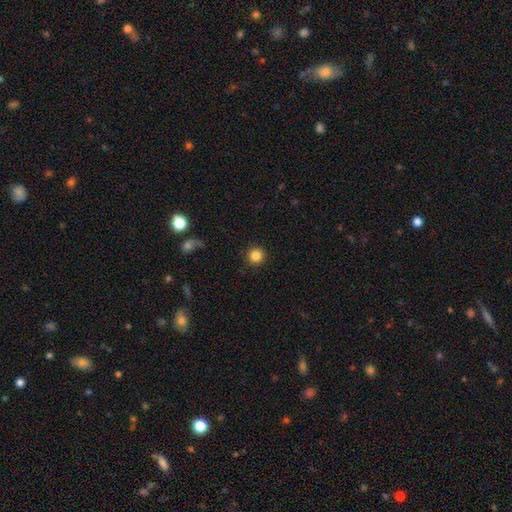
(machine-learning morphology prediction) Smooth or featured: smooth — 85% (star or artifact — 11%)
How rounded: round — 95% (in between — 4%)
Merging: none — 92% (minor disturbance — 5%)